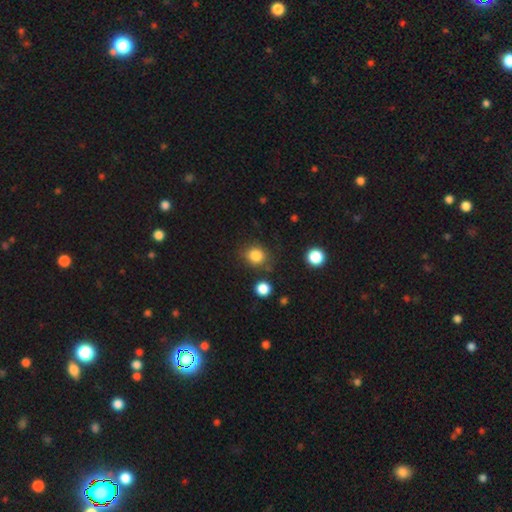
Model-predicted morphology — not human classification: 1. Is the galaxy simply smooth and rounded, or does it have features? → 84% smooth, 11% star or artifact, 5% featured or disk.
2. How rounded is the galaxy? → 75% round, 24% in between, 1% cigar-shaped.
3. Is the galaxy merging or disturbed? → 79% none, 12% minor disturbance, 5% merger, 4% major disturbance.